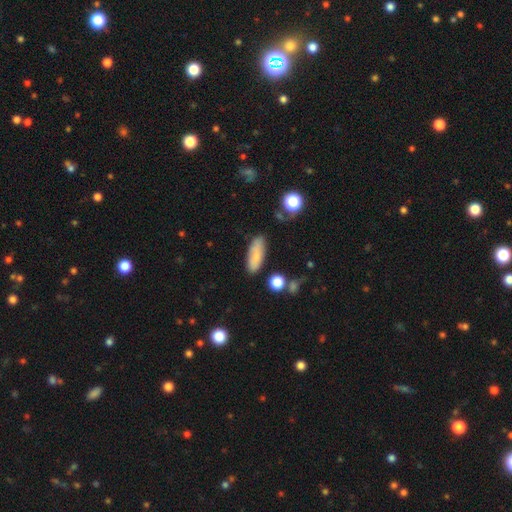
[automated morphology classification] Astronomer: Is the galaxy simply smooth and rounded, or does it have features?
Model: smooth — 80%.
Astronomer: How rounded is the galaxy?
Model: in between — 64%.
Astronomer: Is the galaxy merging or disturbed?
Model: none — 78%.